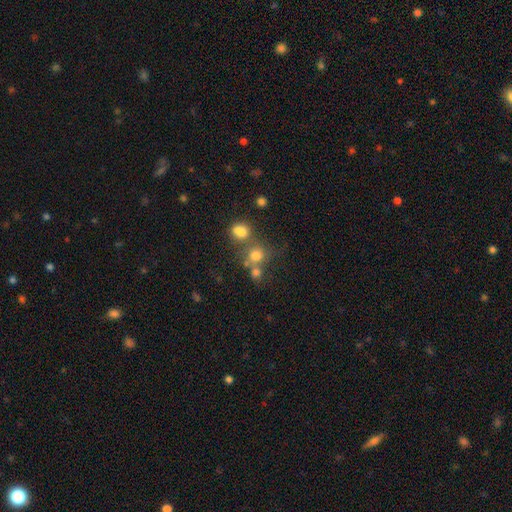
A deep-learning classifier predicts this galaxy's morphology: Smooth or featured?
  - smooth: 74% *
  - star or artifact: 15%
  - featured or disk: 11%
How rounded?
  - round: 80% *
  - in between: 19%
  - cigar-shaped: 1%
Merging?
  - none: 49% *
  - merger: 35%
  - minor disturbance: 10%
  - major disturbance: 6%